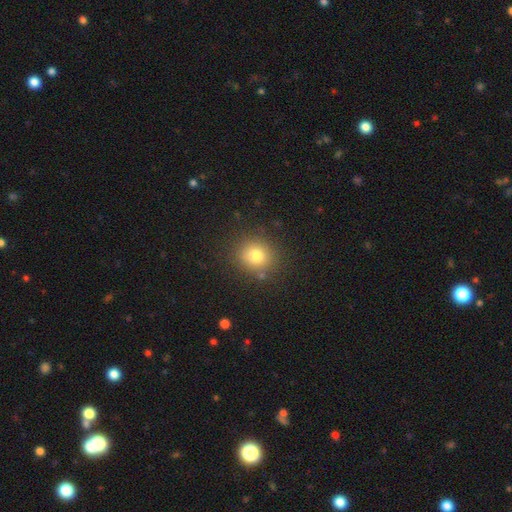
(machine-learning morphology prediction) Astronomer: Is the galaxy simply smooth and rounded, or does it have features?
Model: smooth — 79%.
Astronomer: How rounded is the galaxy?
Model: round — 84%.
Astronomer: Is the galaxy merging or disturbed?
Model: none — 86%.